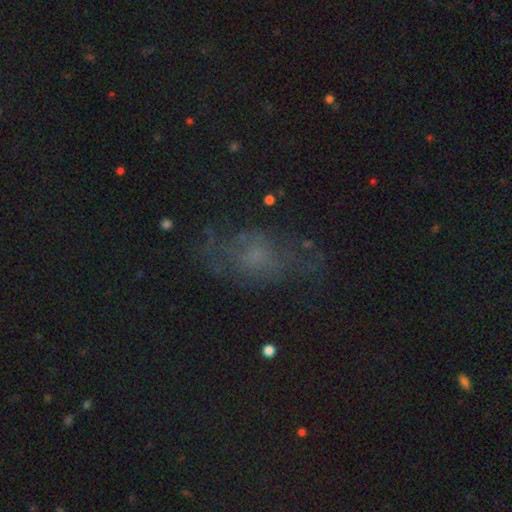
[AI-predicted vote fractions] Q: Smooth or featured?
A: featured or disk (44%); runner-up: smooth (36%)
Q: Merging?
A: none (55%); runner-up: minor disturbance (22%)